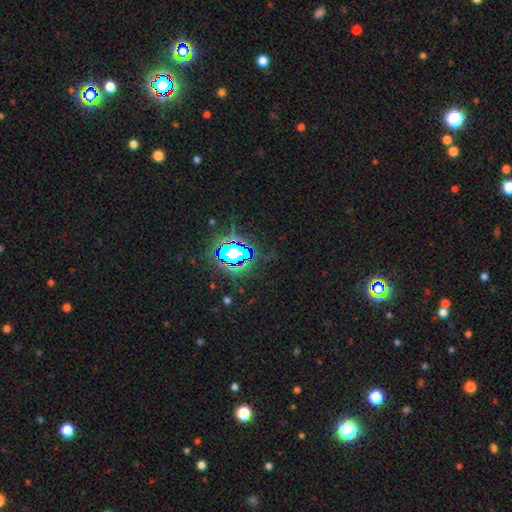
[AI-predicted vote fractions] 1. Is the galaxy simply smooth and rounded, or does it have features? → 81% star or artifact, 12% smooth, 7% featured or disk.